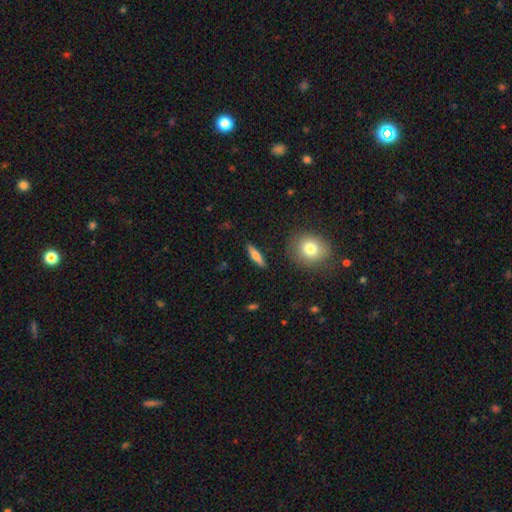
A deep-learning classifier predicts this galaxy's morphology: Overall: smooth (58%; featured or disk 35%). How rounded: cigar-shaped (66%; in between 29%). Merging: none (90%).